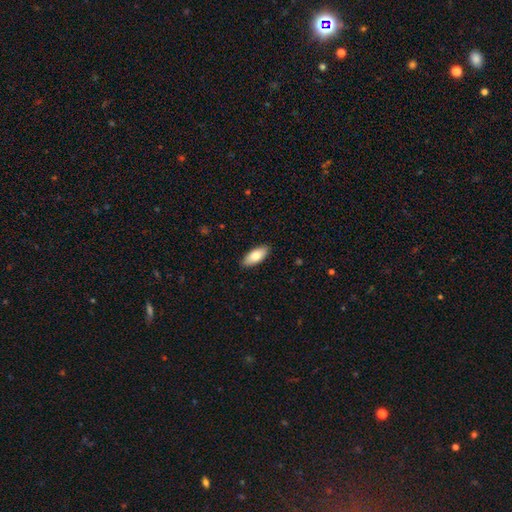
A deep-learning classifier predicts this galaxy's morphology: A smooth galaxy with no disk features (80%) that is in between round and cigar-shaped (85%). Merging: none (89%).